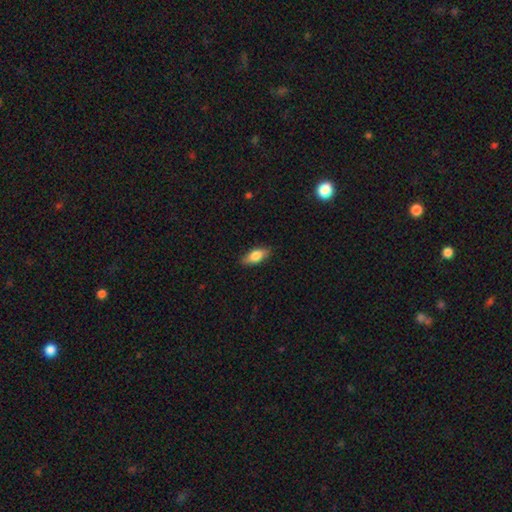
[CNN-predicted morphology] This appears to be a smooth galaxy with no disk features (80%) that is in between round and cigar-shaped (83%). Merging: none (86%).